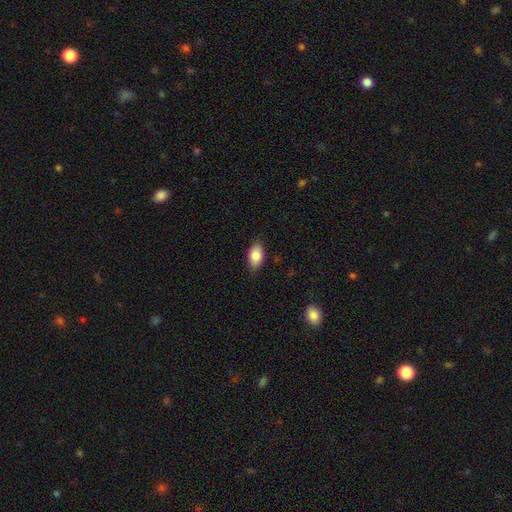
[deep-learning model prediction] Smooth or featured: smooth — 84% (featured or disk — 8%)
How rounded: in between — 90% (round — 6%)
Merging: none — 84% (minor disturbance — 12%)